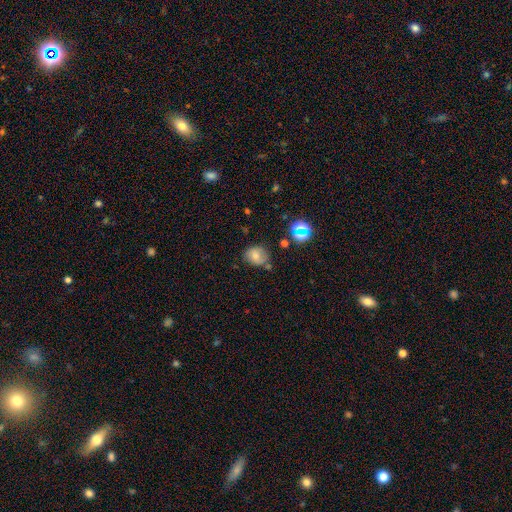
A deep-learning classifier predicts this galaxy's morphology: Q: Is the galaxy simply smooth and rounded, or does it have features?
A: smooth — 65%.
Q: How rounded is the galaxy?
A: round — 62%.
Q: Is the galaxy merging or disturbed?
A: none — 65%.